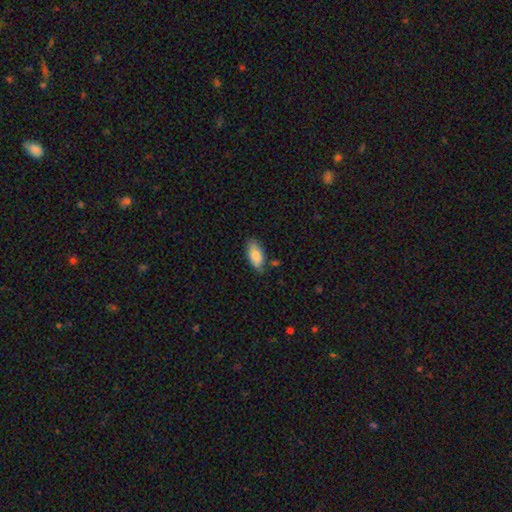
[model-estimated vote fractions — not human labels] This is clearly a smooth galaxy (82%). How rounded: clearly in between (89%). Merging: likely none (73%).